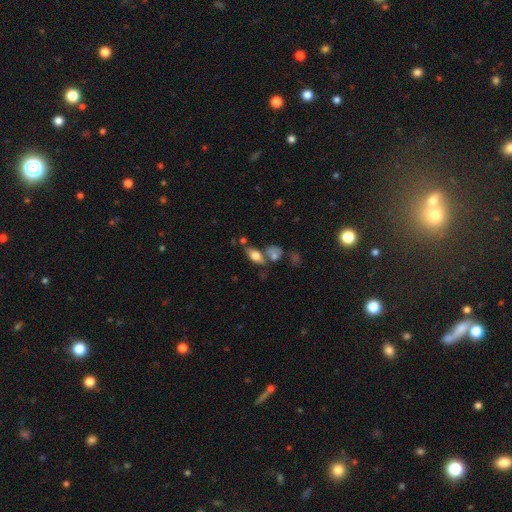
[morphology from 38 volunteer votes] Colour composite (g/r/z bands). It shows a smooth galaxy with no disk features (61%) that is in between round and cigar-shaped (87%). Merging: none (56%).